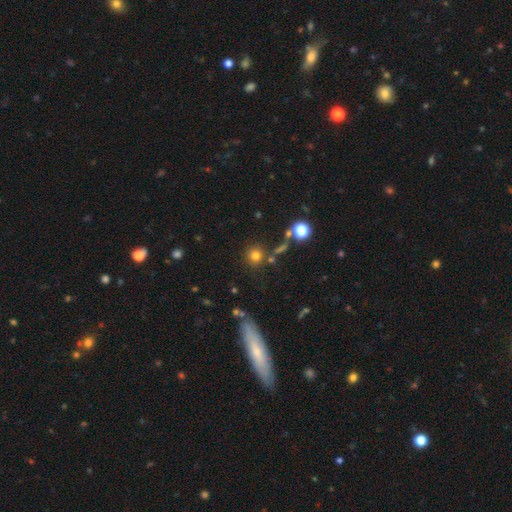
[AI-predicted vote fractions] The model was most divided on "smooth or featured": smooth: 74%, star or artifact: 18%, featured or disk: 8%. More confident: how rounded — round (90%); merging — none (79%).